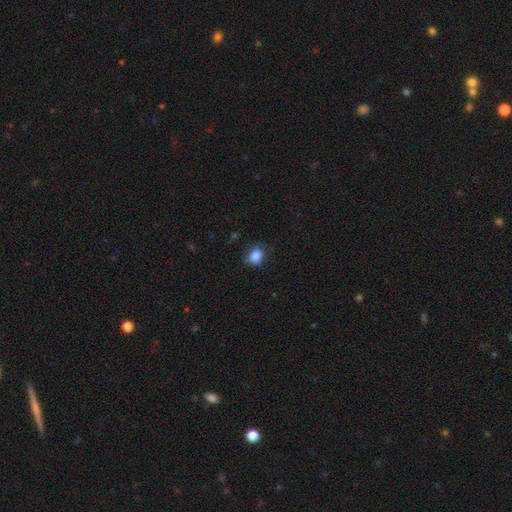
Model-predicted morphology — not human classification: smooth_or_featured: smooth (p=0.85) [alt: star or artifact p=0.09]
how_rounded: in between (p=0.54) [alt: round p=0.45]
merging: none (p=0.64) [alt: minor disturbance p=0.27]